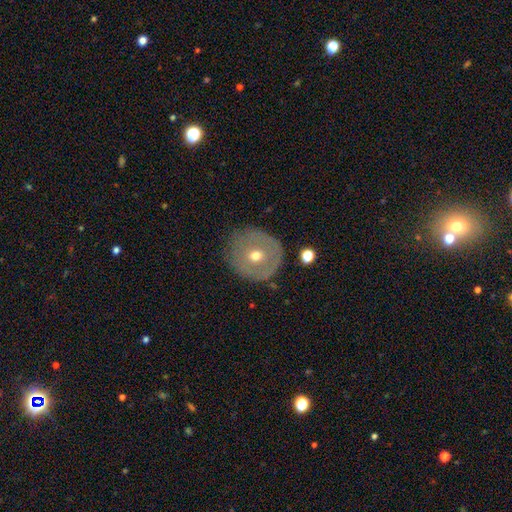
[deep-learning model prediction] Morphology: type=smooth (49%); merging=none (77%).